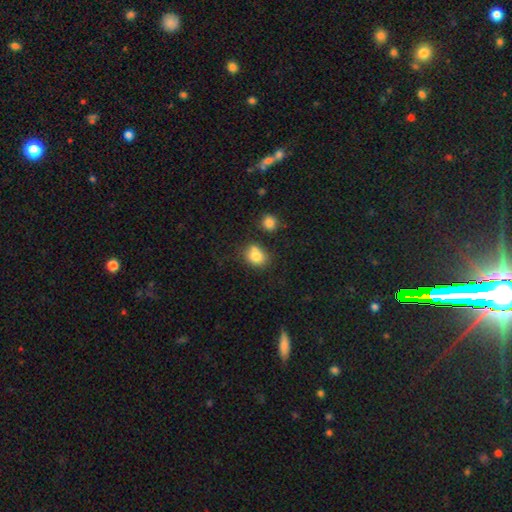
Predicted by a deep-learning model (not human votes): Smooth or featured?
  - smooth: 81% *
  - star or artifact: 10%
  - featured or disk: 9%
How rounded?
  - round: 50% *
  - in between: 48%
  - cigar-shaped: 1%
Merging?
  - none: 62% *
  - minor disturbance: 19%
  - merger: 14%
  - major disturbance: 5%